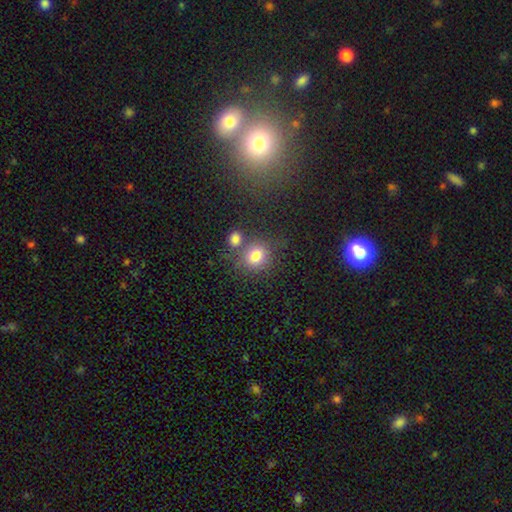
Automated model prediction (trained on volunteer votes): A smooth galaxy with no disk features (78%) that is round (75%). Merging: none (60%).